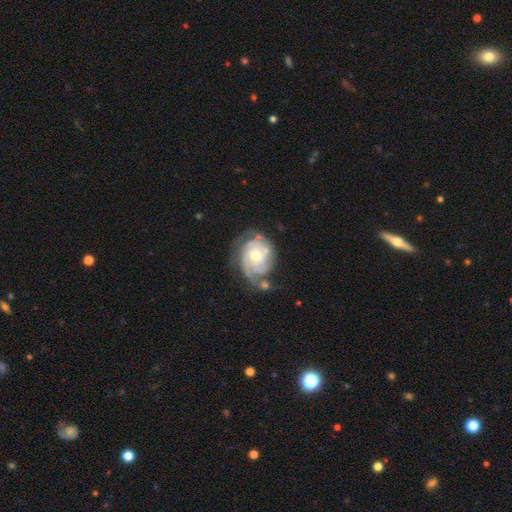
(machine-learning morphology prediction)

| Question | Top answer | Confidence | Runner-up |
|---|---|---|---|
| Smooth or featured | featured or disk | 86% | smooth (10%) |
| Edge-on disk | no | 97% | yes (3%) |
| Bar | no | 72% | weak (24%) |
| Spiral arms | yes | 95% | no (5%) |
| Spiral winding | tight | 66% | medium (27%) |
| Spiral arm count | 2 | 35% | can't tell (26%) |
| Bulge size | moderate | 59% | small (34%) |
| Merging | none | 54% | minor disturbance (23%) |